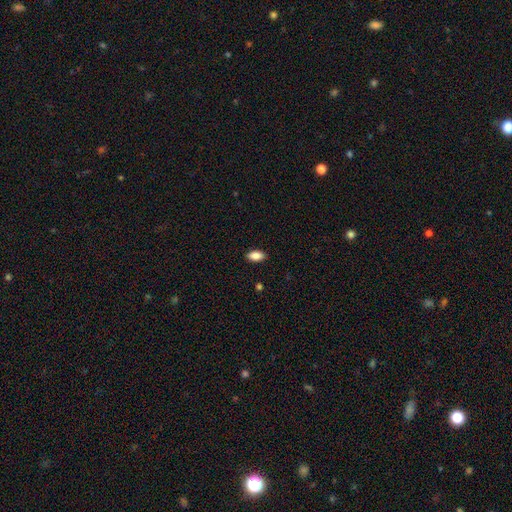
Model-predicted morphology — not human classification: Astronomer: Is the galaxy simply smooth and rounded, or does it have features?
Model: smooth — 87%.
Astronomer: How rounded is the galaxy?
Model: in between — 92%.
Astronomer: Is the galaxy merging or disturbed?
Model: none — 88%.